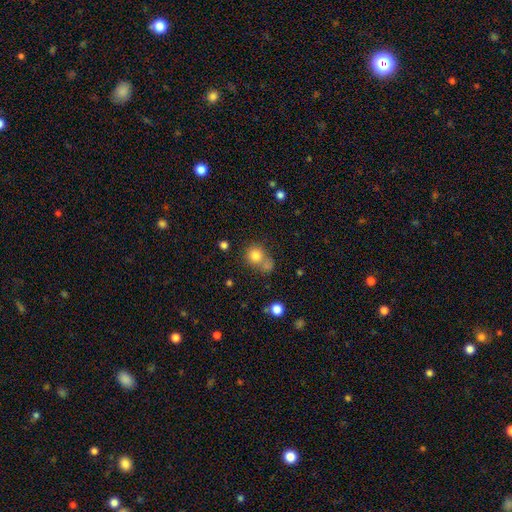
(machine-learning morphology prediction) A smooth galaxy with no disk features (80%) that is round (86%).

Vote fractions:
- Smooth or featured? smooth: 80% / star or artifact: 12% / featured or disk: 8%
- How rounded? round: 86% / in between: 13% / cigar-shaped: 1%
- Merging? none: 53% / merger: 30% / minor disturbance: 12% / major disturbance: 6%